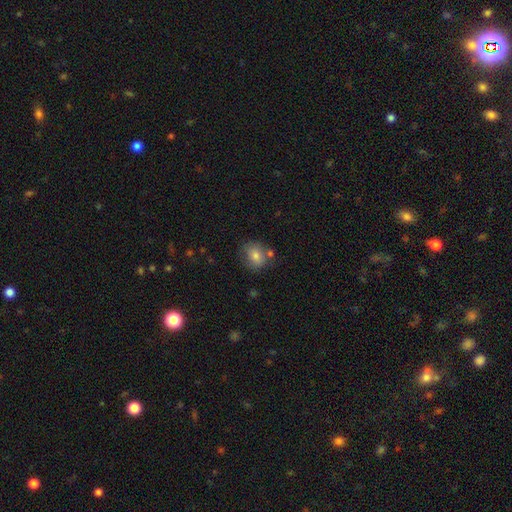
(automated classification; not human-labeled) This is likely a smooth galaxy (75%). How rounded: possibly round (56%). Merging: likely none (66%).